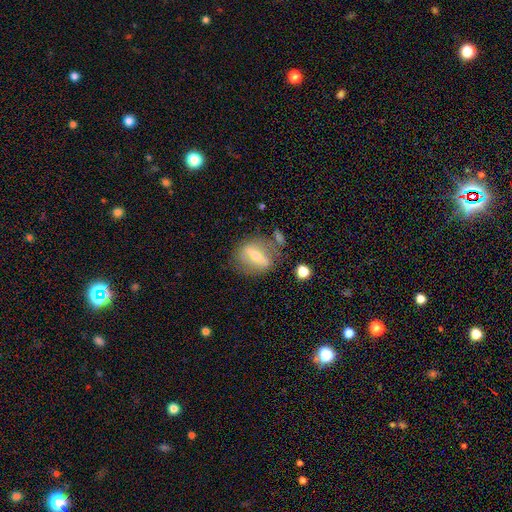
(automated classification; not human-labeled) Morphology: type=featured or disk (62%); edge-on=no (66%); merging=none (70%).